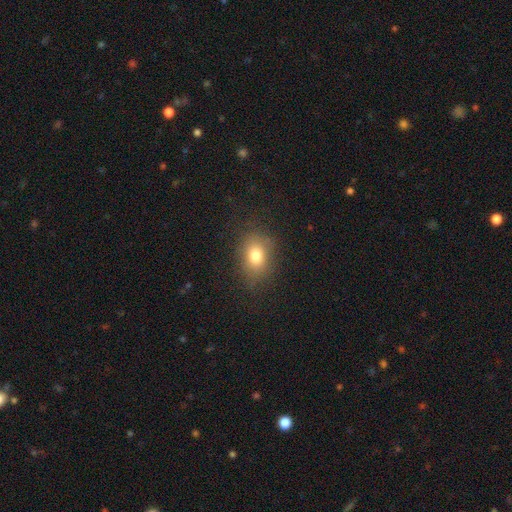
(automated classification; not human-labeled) smooth 78%, star or artifact 12%, featured or disk 10%. Down the decision tree: how rounded — in between (67%); merging — none (79%).